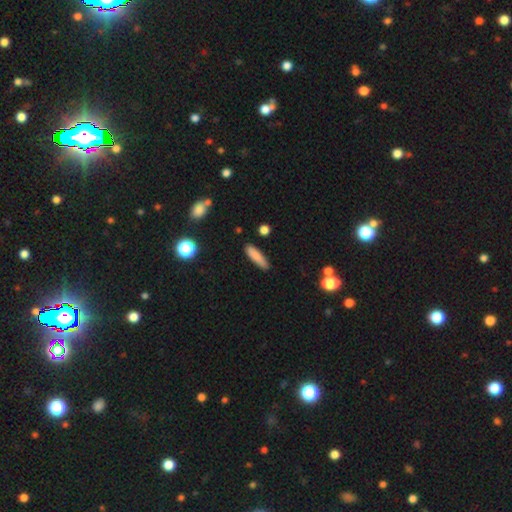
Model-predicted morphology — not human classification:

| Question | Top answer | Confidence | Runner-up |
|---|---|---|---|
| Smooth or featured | smooth | 83% | featured or disk (9%) |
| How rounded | cigar-shaped | 73% | in between (25%) |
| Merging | none | 85% | minor disturbance (11%) |